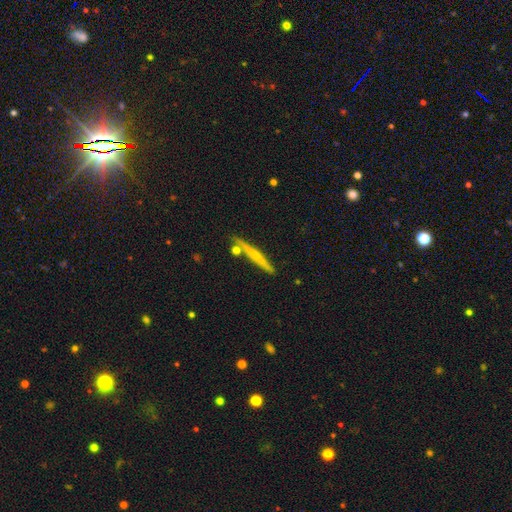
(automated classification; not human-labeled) Morphology: type=featured or disk (49%); merging=none (82%).